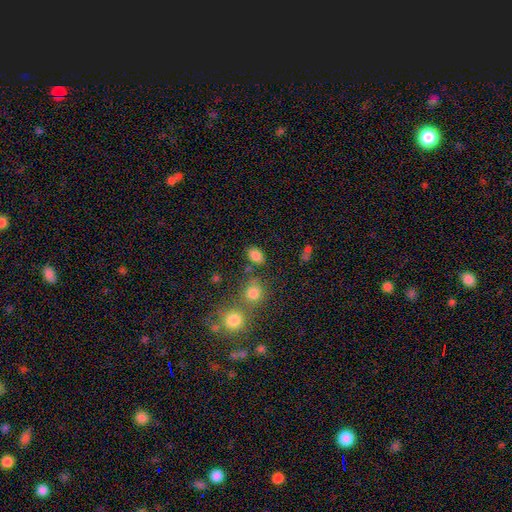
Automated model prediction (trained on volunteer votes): Smooth or featured?
  - smooth: 82% *
  - star or artifact: 12%
  - featured or disk: 6%
How rounded?
  - in between: 78% *
  - round: 20%
  - cigar-shaped: 1%
Merging?
  - none: 74% *
  - minor disturbance: 13%
  - merger: 9%
  - major disturbance: 4%